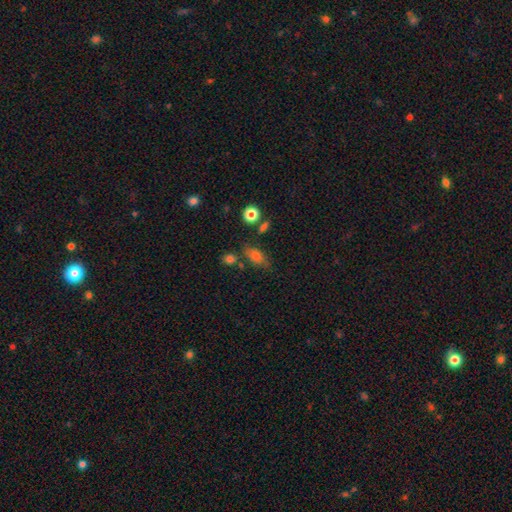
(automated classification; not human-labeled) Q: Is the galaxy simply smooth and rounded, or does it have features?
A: smooth — 73%.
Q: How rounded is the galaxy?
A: in between — 79%.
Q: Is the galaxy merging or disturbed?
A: none — 66%.